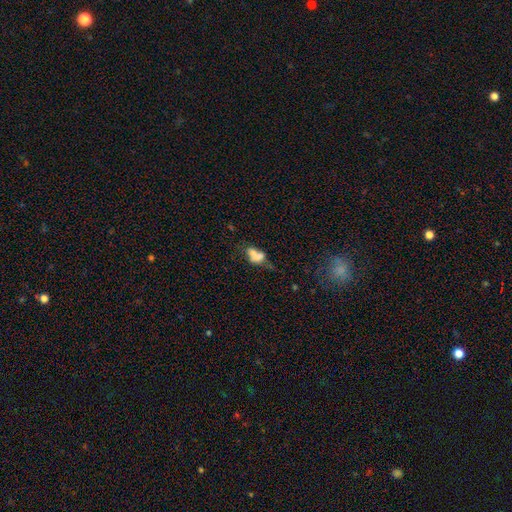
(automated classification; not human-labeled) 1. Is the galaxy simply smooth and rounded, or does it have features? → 57% smooth, 29% featured or disk, 14% star or artifact.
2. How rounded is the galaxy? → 76% in between, 19% round, 5% cigar-shaped.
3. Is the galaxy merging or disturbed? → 51% merger, 21% none, 14% major disturbance, 13% minor disturbance.